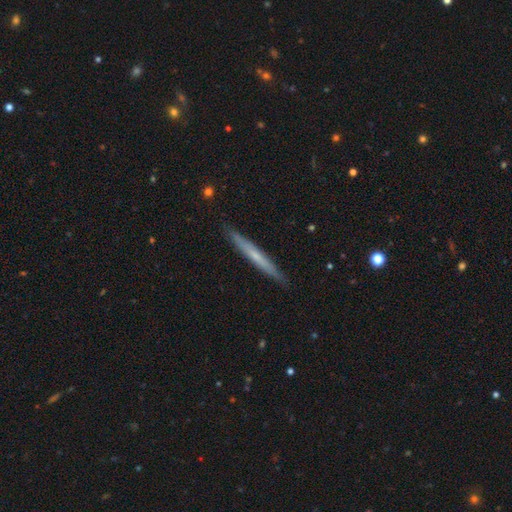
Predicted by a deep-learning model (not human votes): Overall: featured or disk (48%; smooth 47%). Merging: none (91%).